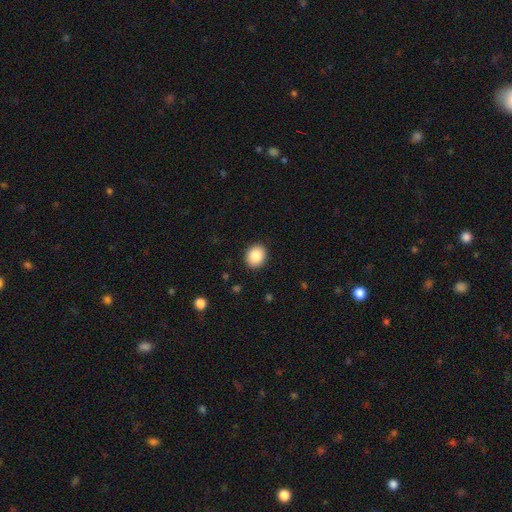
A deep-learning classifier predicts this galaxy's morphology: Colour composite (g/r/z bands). It shows a smooth galaxy with no disk features (86%) that is round (65%). Merging: none (91%).